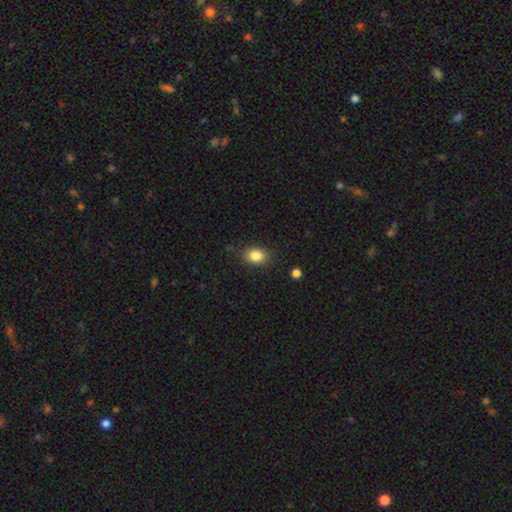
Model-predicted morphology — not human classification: Smooth or featured? smooth (85%)
How rounded? in between (64%)
Merging? none (82%)